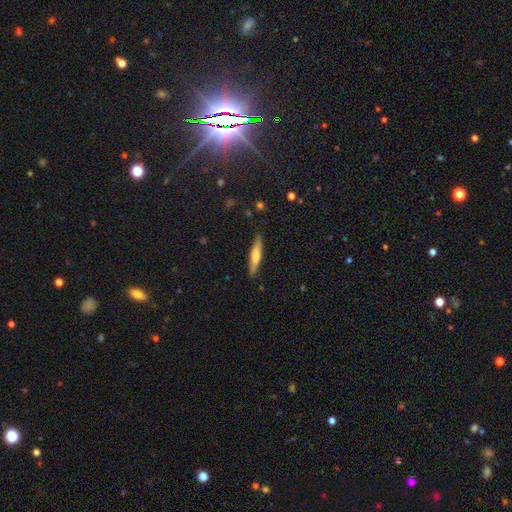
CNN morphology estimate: Smooth or featured: smooth — 56% (featured or disk — 39%)
How rounded: cigar-shaped — 85% (in between — 13%)
Merging: none — 89% (minor disturbance — 9%)